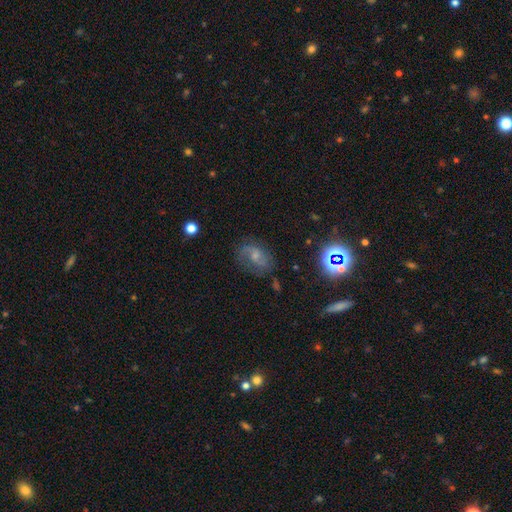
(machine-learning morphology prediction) This appears to be a featured or disk galaxy (60%) with no bar (55%), spiral arms (86%) and a small central bulge (53%). Merging: none (61%).